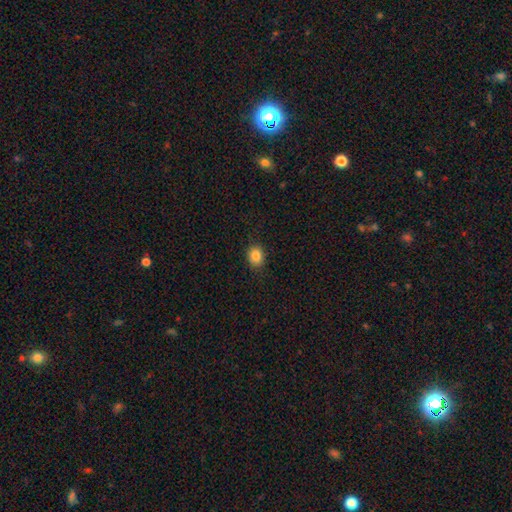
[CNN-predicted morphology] Q: Smooth or featured?
A: smooth (86%); runner-up: star or artifact (10%)
Q: How rounded?
A: round (56%); runner-up: in between (43%)
Q: Merging?
A: none (86%); runner-up: minor disturbance (10%)